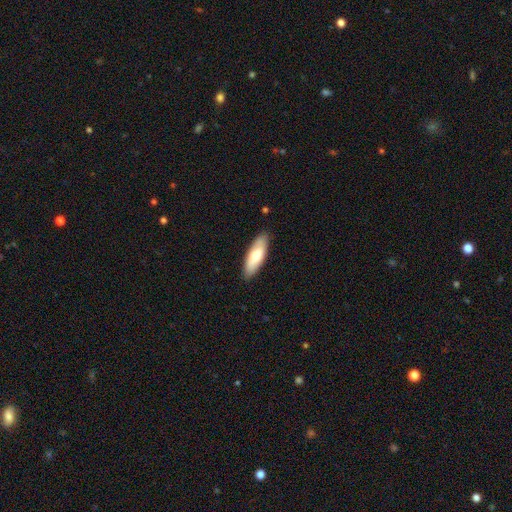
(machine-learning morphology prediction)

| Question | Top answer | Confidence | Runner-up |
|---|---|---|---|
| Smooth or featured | smooth | 67% | featured or disk (28%) |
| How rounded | in between | 63% | cigar-shaped (35%) |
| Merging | none | 88% | minor disturbance (9%) |